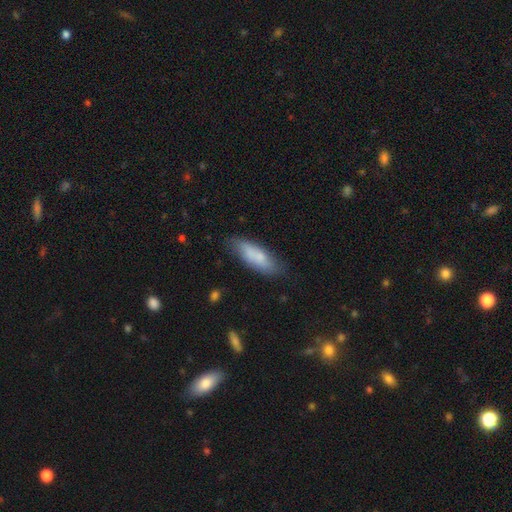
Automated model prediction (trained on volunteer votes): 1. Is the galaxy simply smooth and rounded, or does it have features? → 74% smooth, 20% featured or disk, 6% star or artifact.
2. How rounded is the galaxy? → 54% in between, 44% cigar-shaped, 2% round.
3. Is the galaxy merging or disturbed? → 72% none, 21% minor disturbance, 4% major disturbance, 2% merger.